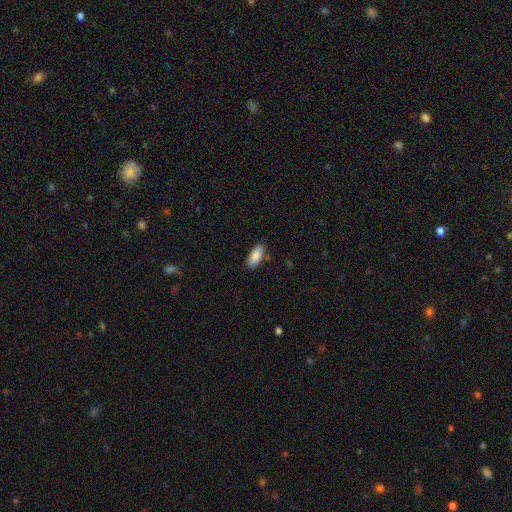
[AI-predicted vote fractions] smooth 87%, featured or disk 7%, star or artifact 6%. Down the decision tree: how rounded — in between (88%); merging — none (84%).